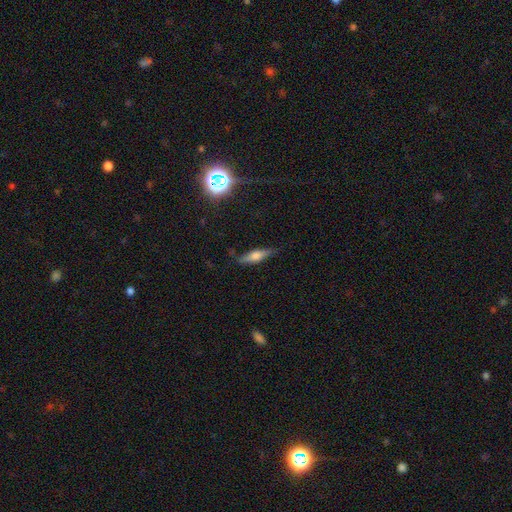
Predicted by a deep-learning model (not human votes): smooth-or-featured: smooth: 52% | featured or disk: 40% | star or artifact: 8%
  how-rounded: cigar-shaped: 65% | in between: 32% | round: 3%
  merging: none: 78% | minor disturbance: 17% | major disturbance: 4% | merger: 2%